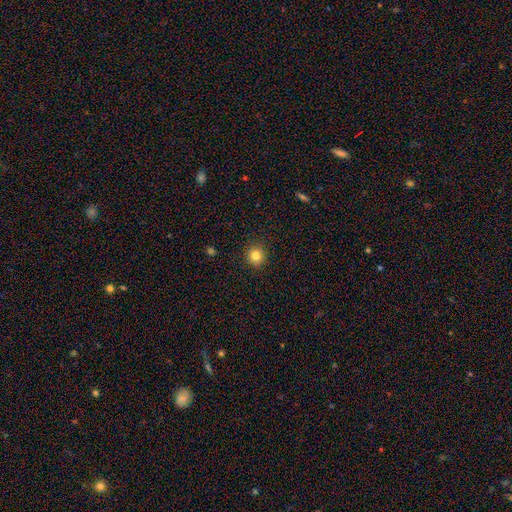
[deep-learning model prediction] Q: Smooth or featured?
A: smooth (82%); runner-up: star or artifact (12%)
Q: How rounded?
A: round (92%); runner-up: in between (7%)
Q: Merging?
A: none (91%); runner-up: minor disturbance (6%)